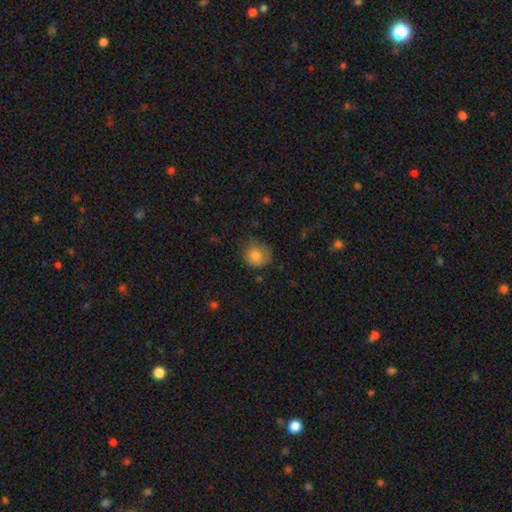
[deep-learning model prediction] Smooth or featured? Predicted: smooth (p=0.81). How rounded? Predicted: round (p=0.82). Merging? Predicted: none (p=0.66).